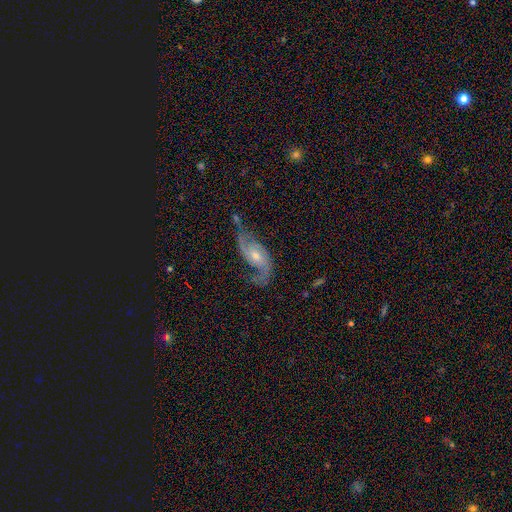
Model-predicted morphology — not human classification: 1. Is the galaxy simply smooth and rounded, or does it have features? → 86% featured or disk, 8% smooth, 6% star or artifact.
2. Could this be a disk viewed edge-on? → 95% no, 5% yes.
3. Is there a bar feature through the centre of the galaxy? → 51% no, 40% weak, 10% strong.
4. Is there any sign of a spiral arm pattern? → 96% yes, 4% no.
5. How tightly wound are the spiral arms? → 48% loose, 40% medium, 13% tight.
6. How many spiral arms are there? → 88% 2, 4% can't tell, 3% 1, 3% 3, 1% 4, 1% more than 4.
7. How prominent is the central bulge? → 56% moderate, 37% small, 4% large, 3% none, 1% dominant.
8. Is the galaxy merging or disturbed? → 60% none, 22% minor disturbance, 14% major disturbance, 4% merger.